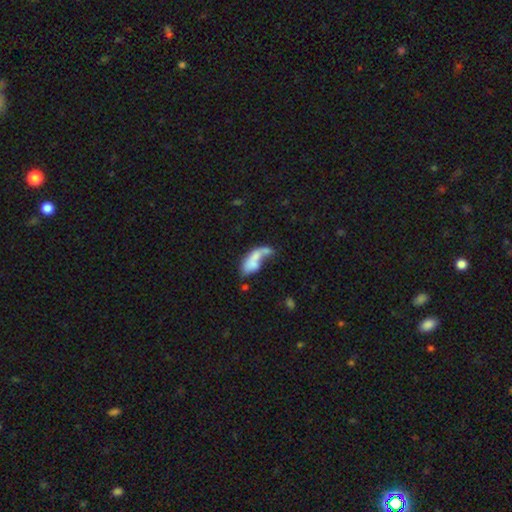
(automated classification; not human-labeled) Smooth or featured? smooth (64%)
How rounded? in between (78%)
Merging? merger (52%)